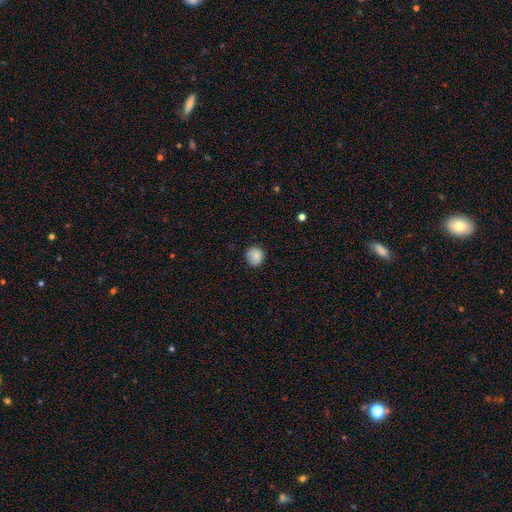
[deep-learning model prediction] The model was most divided on "merging": none: 80%, minor disturbance: 16%, major disturbance: 3%, merger: 1%. More confident: how rounded — round (86%); smooth or featured — smooth (84%).